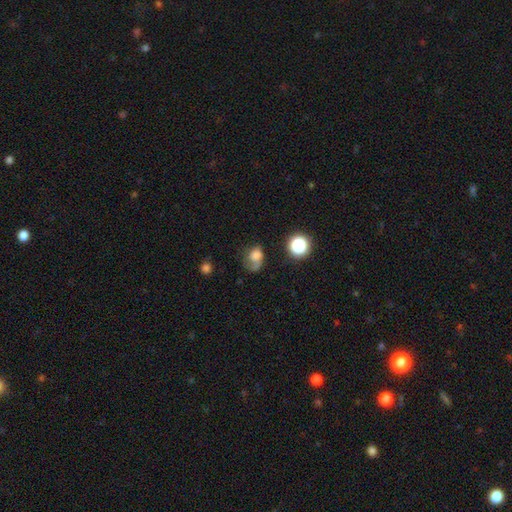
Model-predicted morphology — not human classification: smooth 66%, featured or disk 20%, star or artifact 14%. Down the decision tree: how rounded — in between (57%); merging — major disturbance (36%).